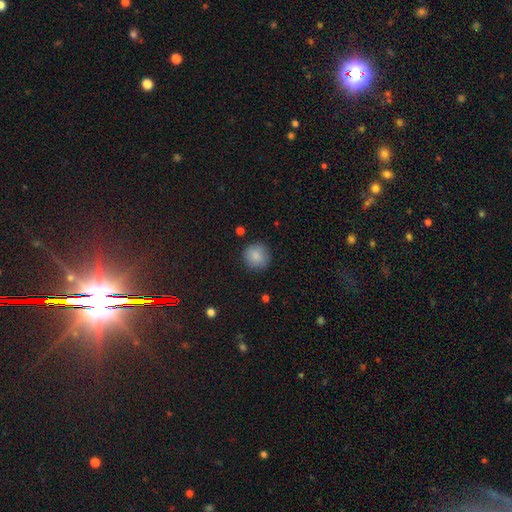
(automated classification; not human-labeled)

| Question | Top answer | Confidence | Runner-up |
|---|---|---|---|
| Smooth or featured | smooth | 87% | star or artifact (8%) |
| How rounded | round | 92% | in between (7%) |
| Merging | none | 86% | minor disturbance (10%) |